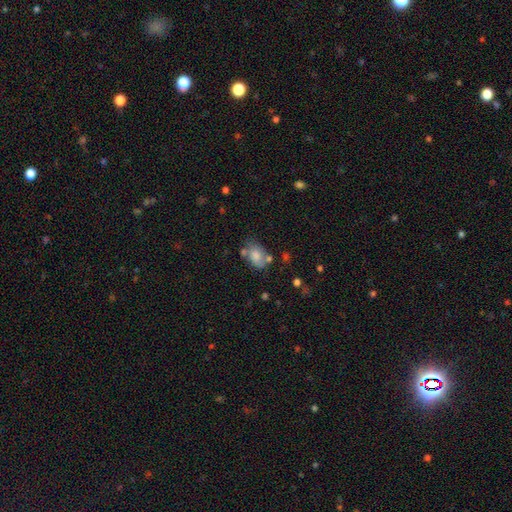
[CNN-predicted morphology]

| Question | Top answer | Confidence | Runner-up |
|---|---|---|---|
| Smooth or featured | smooth | 72% | featured or disk (19%) |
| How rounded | in between | 77% | round (22%) |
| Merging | none | 45% | minor disturbance (25%) |